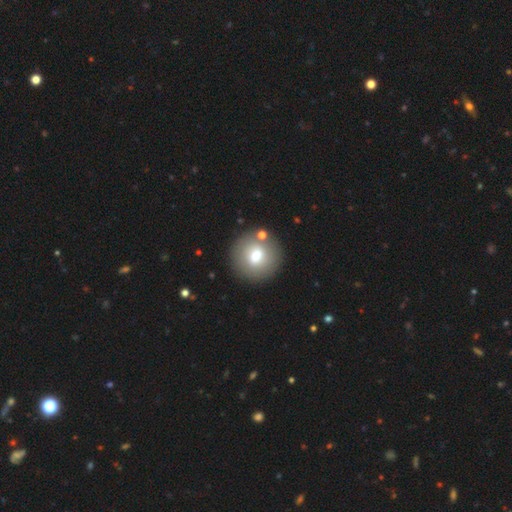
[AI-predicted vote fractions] This appears to be a smooth galaxy with no disk features (70%) that is round (94%). Merging: none (83%).